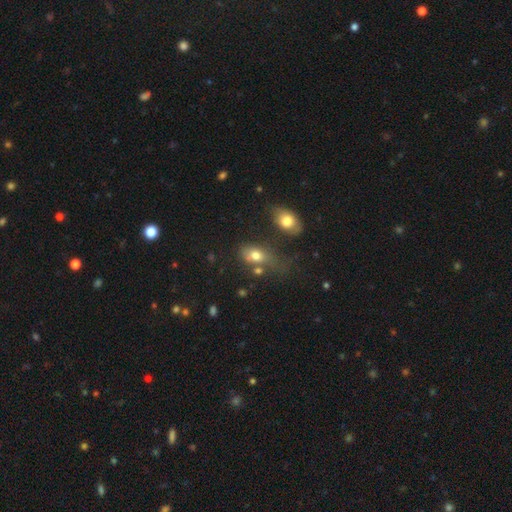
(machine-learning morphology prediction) smooth_or_featured: smooth (p=0.75) [alt: featured or disk p=0.15]
how_rounded: in between (p=0.80) [alt: round p=0.17]
merging: none (p=0.41) [alt: merger p=0.22]